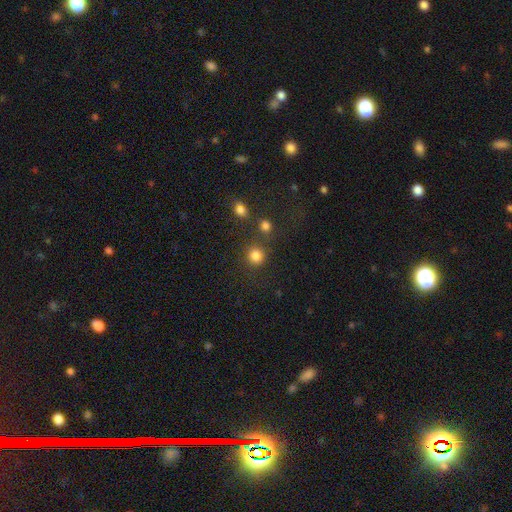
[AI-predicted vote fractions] A smooth galaxy with no disk features (82%) that is round (89%). Merging: none (75%).